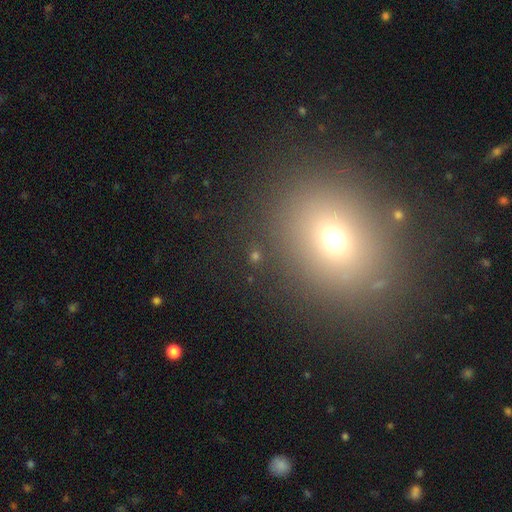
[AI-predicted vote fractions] Smooth or featured? smooth (53%)
How rounded? round (69%)
Merging? none (84%)